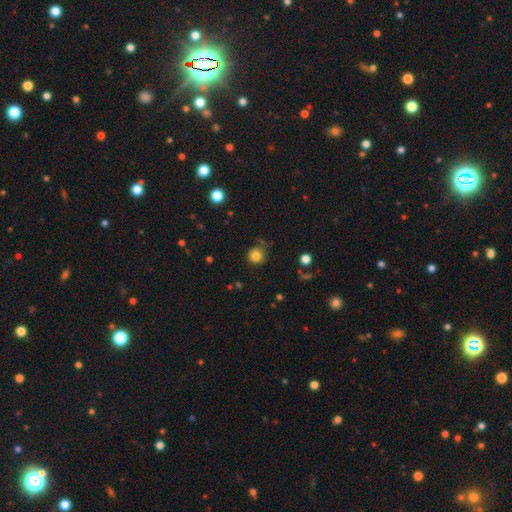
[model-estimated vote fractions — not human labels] smooth 83%, star or artifact 12%, featured or disk 5%. Down the decision tree: how rounded — round (91%); merging — none (75%).